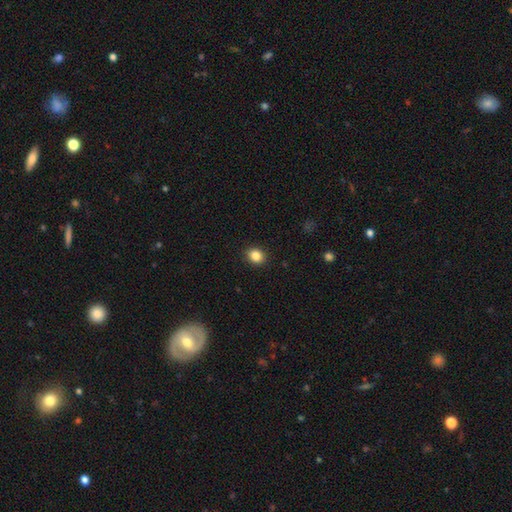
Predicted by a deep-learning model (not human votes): Smooth or featured? smooth (86%)
How rounded? round (68%)
Merging? none (91%)